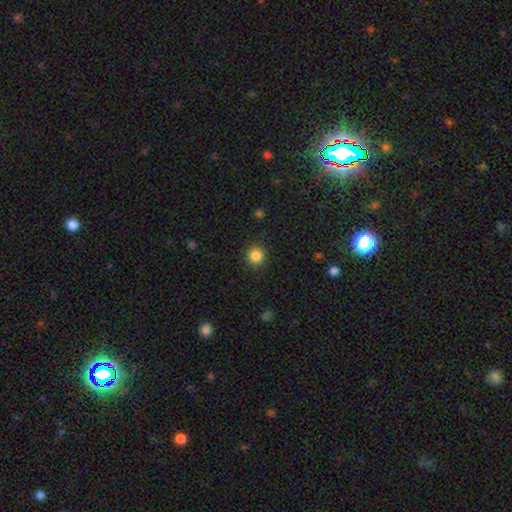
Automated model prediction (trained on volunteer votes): smooth_or_featured: smooth (p=0.85) [alt: star or artifact p=0.11]
how_rounded: round (p=0.93) [alt: in between p=0.06]
merging: none (p=0.91) [alt: minor disturbance p=0.06]